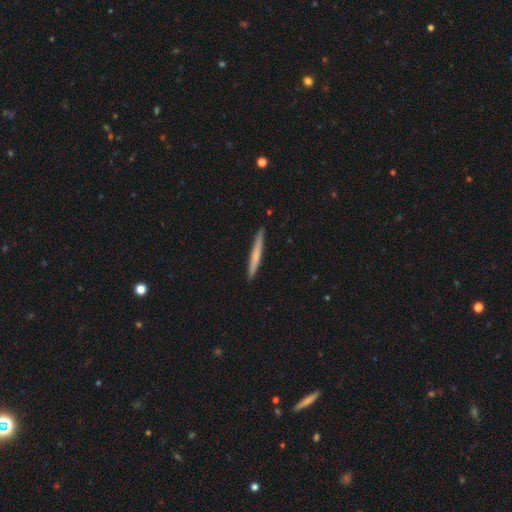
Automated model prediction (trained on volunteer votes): A smooth galaxy with no disk features (63%) that is cigar-shaped (97%).

Vote fractions:
- Smooth or featured? smooth: 63% / featured or disk: 32% / star or artifact: 5%
- How rounded? cigar-shaped: 97% / in between: 2% / round: 1%
- Merging? none: 91% / minor disturbance: 7% / major disturbance: 1% / merger: 1%